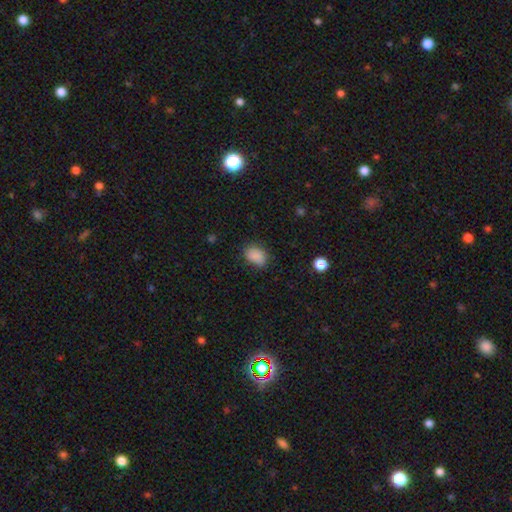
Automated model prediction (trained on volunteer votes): Smooth or featured? smooth (86%)
How rounded? in between (76%)
Merging? none (72%)